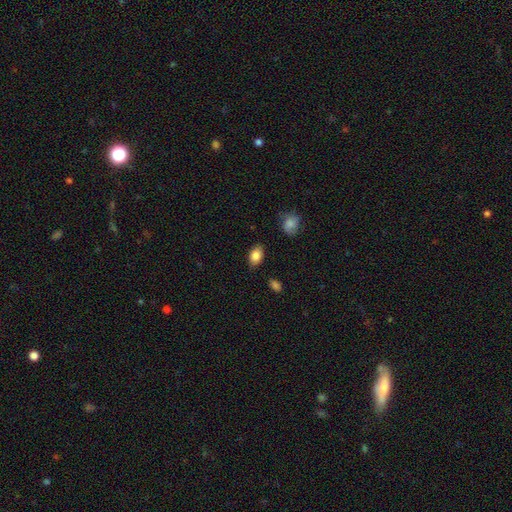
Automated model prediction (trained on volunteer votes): Q: Smooth or featured?
A: smooth (85%); runner-up: star or artifact (8%)
Q: How rounded?
A: in between (87%); runner-up: round (12%)
Q: Merging?
A: none (84%); runner-up: minor disturbance (12%)